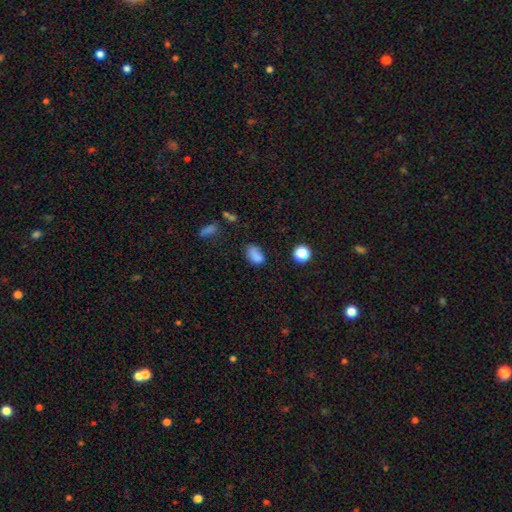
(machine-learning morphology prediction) This is clearly a smooth galaxy (80%). How rounded: clearly in between (85%). Merging: likely none (64%).